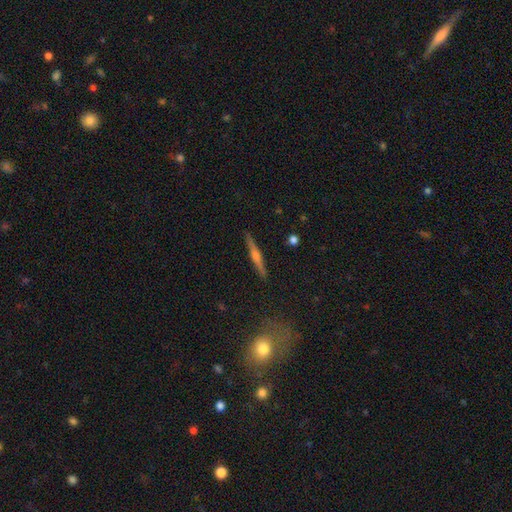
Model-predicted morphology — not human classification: A featured or disk galaxy (72%) viewed edge-on (97%) with a rounded central bulge (87%).

Vote fractions:
- Smooth or featured? featured or disk: 72% / smooth: 20% / star or artifact: 7%
- Edge-on disk? yes: 97% / no: 3%
- Edge-on bulge? rounded: 87% / none: 7% / boxy: 6%
- Merging? none: 90% / minor disturbance: 7% / major disturbance: 2% / merger: 1%